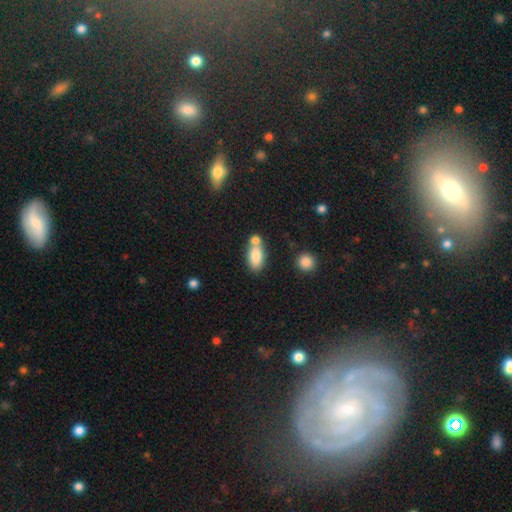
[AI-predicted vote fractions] A smooth galaxy with no disk features (81%) that is in between round and cigar-shaped (88%).

Vote fractions:
- Smooth or featured? smooth: 81% / featured or disk: 12% / star or artifact: 8%
- How rounded? in between: 88% / round: 6% / cigar-shaped: 6%
- Merging? none: 46% / merger: 38% / minor disturbance: 12% / major disturbance: 4%